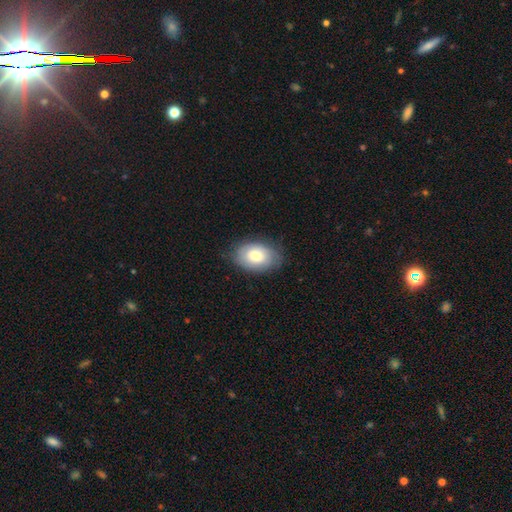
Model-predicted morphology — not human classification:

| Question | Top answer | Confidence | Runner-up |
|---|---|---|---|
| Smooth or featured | smooth | 71% | featured or disk (22%) |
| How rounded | in between | 85% | round (14%) |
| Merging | none | 79% | minor disturbance (16%) |